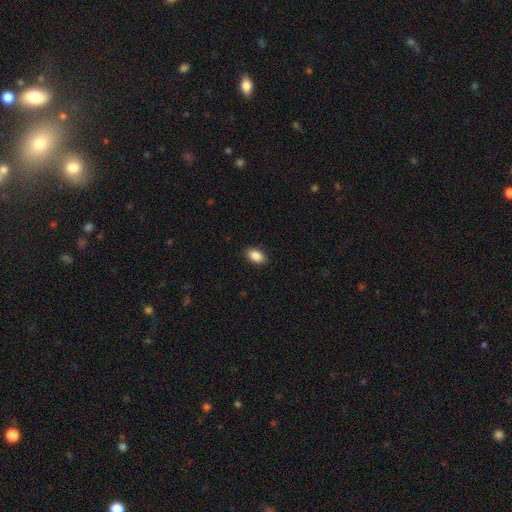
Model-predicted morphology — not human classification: Smooth or featured? smooth (88%)
How rounded? in between (92%)
Merging? none (88%)